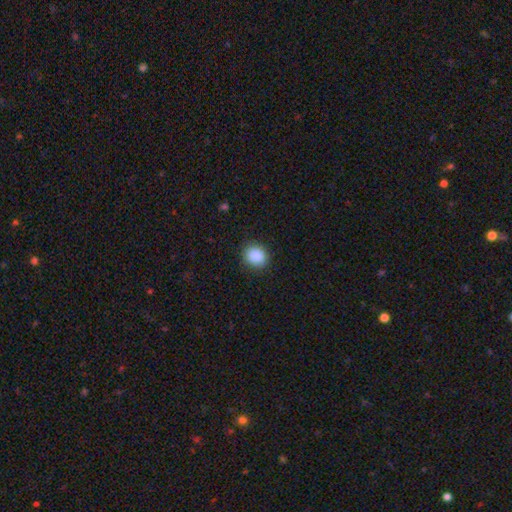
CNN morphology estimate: smooth-or-featured: smooth: 88% | star or artifact: 9% | featured or disk: 3%
  how-rounded: round: 67% | in between: 32% | cigar-shaped: 1%
  merging: none: 88% | minor disturbance: 8% | major disturbance: 2% | merger: 1%